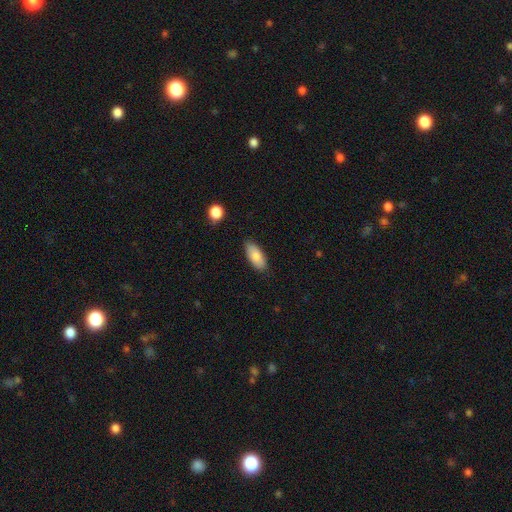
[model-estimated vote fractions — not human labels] This appears to be a smooth galaxy with no disk features (82%) that is in between round and cigar-shaped (90%). Merging: none (84%).